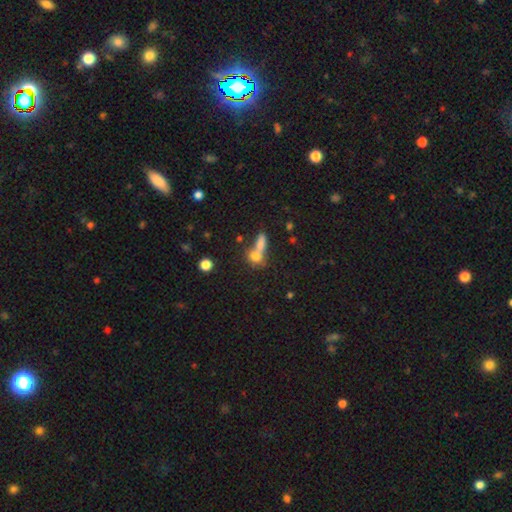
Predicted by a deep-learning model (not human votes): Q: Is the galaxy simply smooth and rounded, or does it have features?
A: smooth — 72%.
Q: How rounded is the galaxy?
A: round — 46%.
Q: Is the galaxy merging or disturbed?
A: merger — 58%.